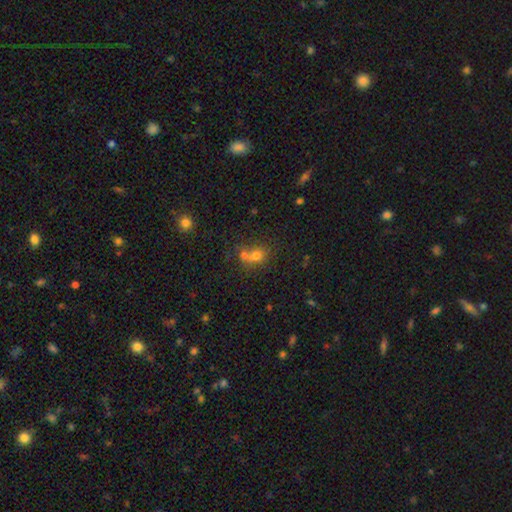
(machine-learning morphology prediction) A smooth galaxy with no disk features (69%) that is round (66%). Merging: merger (56%).